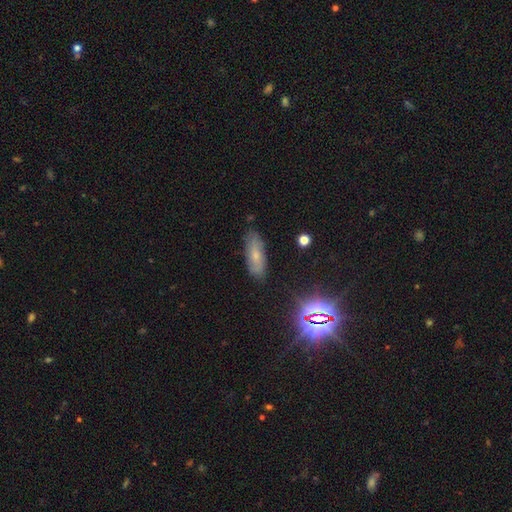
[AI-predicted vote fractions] Smooth or featured?
  - smooth: 54% *
  - featured or disk: 29%
  - star or artifact: 16%
How rounded?
  - in between: 65% *
  - cigar-shaped: 32%
  - round: 3%
Merging?
  - none: 79% *
  - minor disturbance: 16%
  - major disturbance: 4%
  - merger: 2%